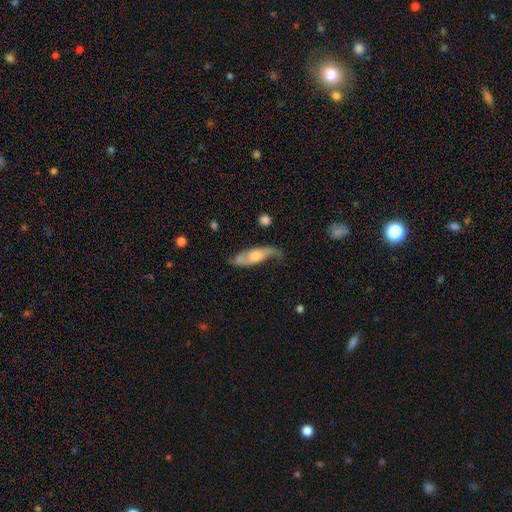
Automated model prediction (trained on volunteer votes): This appears to be a featured or disk galaxy (63%). Merging: none (54%).